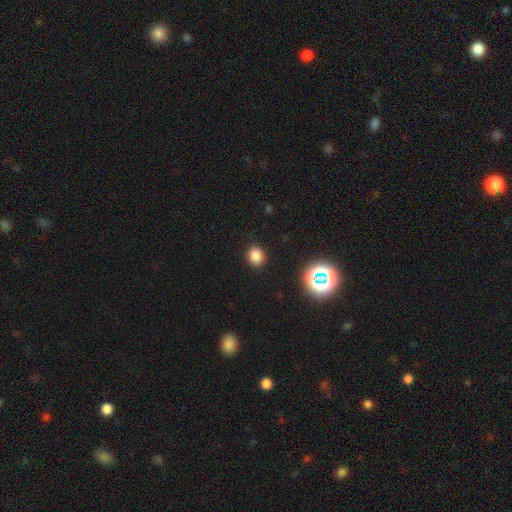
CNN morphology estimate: Smooth or featured: smooth — 80% (star or artifact — 16%)
How rounded: round — 55% (in between — 44%)
Merging: none — 89% (minor disturbance — 7%)